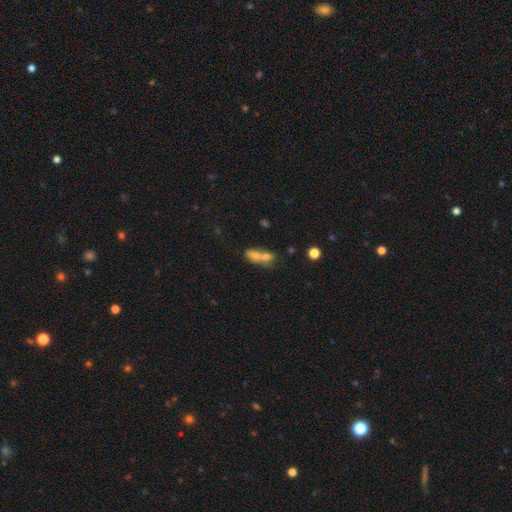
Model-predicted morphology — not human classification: type=smooth (64%); roundness=in between (65%); merging=merger (70%).